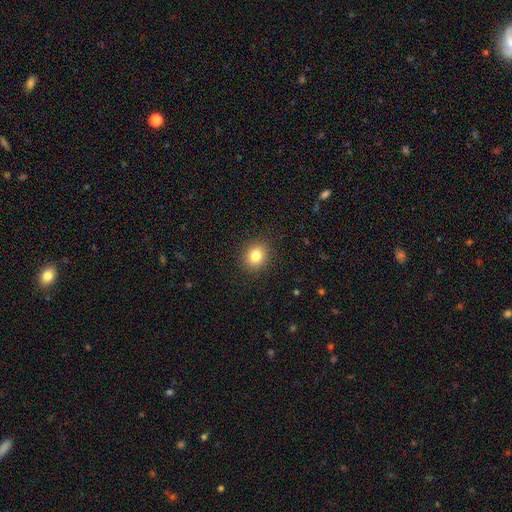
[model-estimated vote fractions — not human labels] A smooth galaxy with no disk features (82%) that is round (67%). Merging: none (90%).